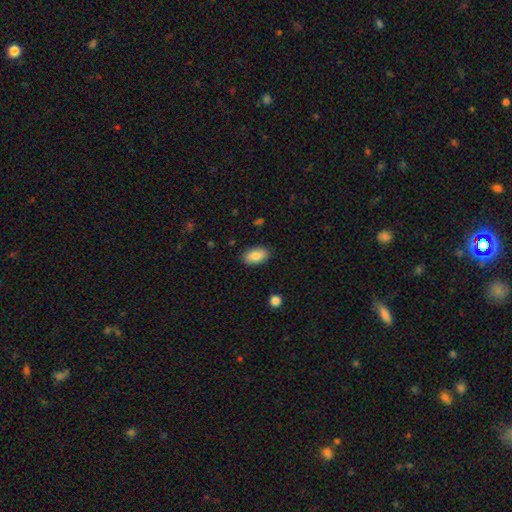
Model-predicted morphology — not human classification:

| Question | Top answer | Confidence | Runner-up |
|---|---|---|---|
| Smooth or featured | smooth | 86% | featured or disk (7%) |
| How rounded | in between | 93% | round (5%) |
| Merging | none | 87% | minor disturbance (10%) |